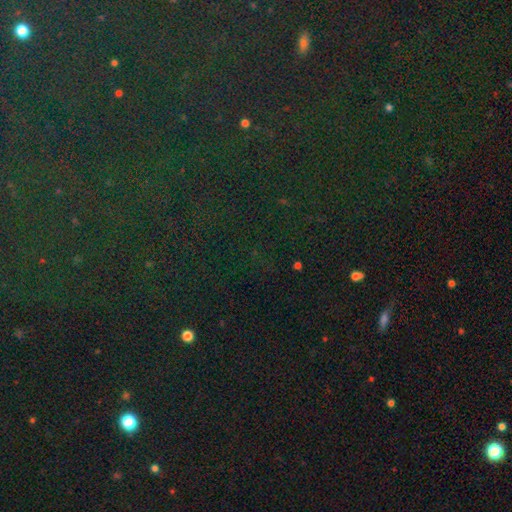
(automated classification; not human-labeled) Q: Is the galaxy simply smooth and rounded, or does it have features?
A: star or artifact — 83%.